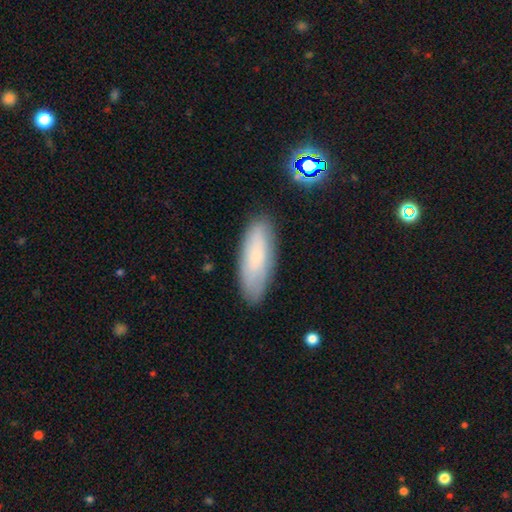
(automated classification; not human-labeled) Smooth or featured? smooth (69%)
How rounded? in between (63%)
Merging? none (81%)